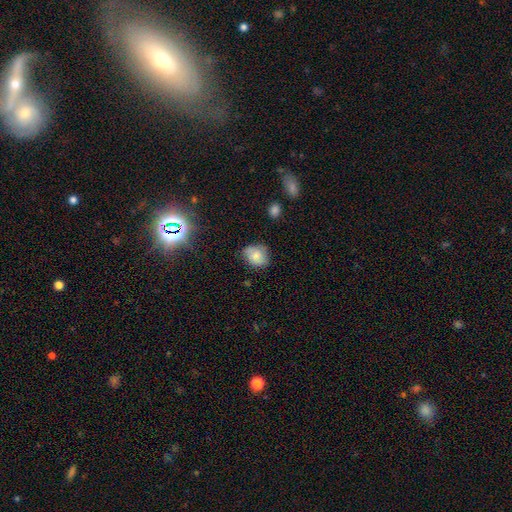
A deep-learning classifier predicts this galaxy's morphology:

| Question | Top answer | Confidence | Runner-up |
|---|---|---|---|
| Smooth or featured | smooth | 69% | featured or disk (22%) |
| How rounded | round | 52% | in between (47%) |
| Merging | none | 64% | minor disturbance (28%) |